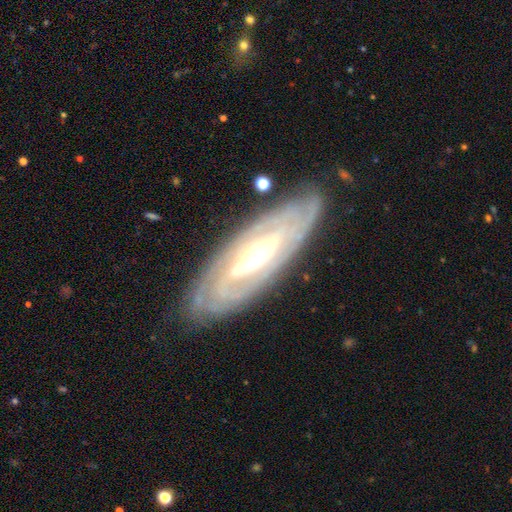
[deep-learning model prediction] Overall: featured or disk (85%). Edge-on disk: no (83%). Bar: no (36%; strong 33%). Spiral arms: yes (88%). Spiral arm count: can't tell (43%; 2 27%). Spiral winding: tight (75%). Bulge size: moderate (66%). Merging: none (81%).